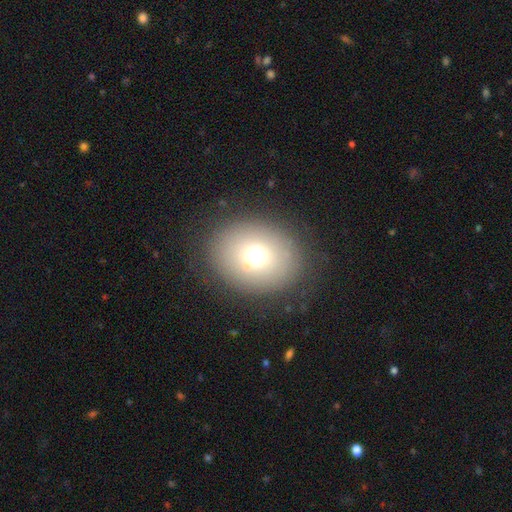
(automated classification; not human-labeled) smooth-or-featured: smooth: 68% | featured or disk: 19% | star or artifact: 14%
  how-rounded: round: 50% | in between: 49% | cigar-shaped: 1%
  merging: none: 79% | minor disturbance: 11% | merger: 5% | major disturbance: 5%